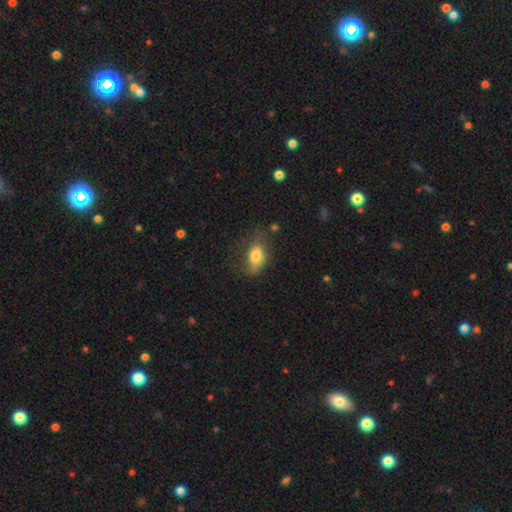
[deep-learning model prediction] smooth_or_featured: smooth (p=0.77) [alt: featured or disk p=0.15]
how_rounded: in between (p=0.85) [alt: round p=0.12]
merging: none (p=0.48) [alt: minor disturbance p=0.32]